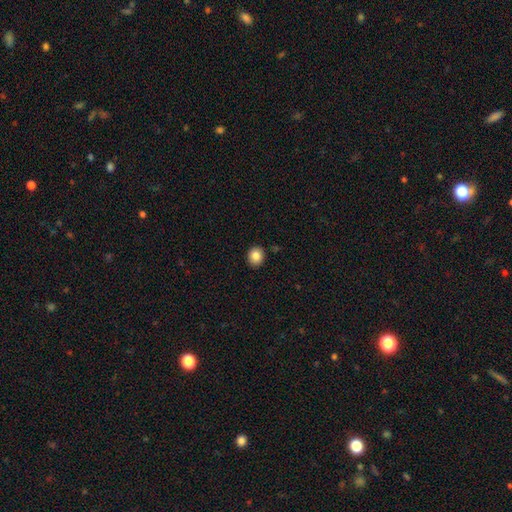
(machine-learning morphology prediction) type=smooth (85%); roundness=round (74%); merging=none (89%).